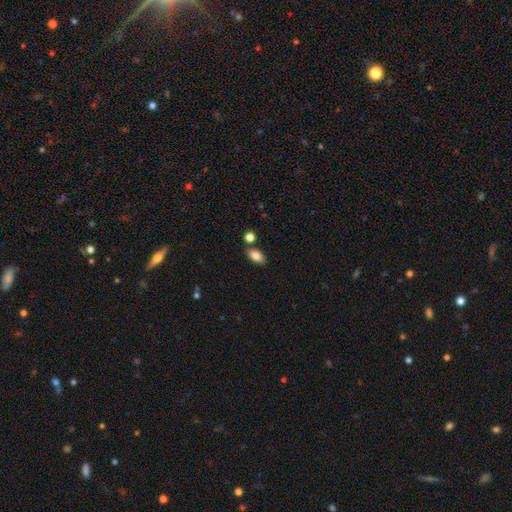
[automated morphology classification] Smooth or featured: smooth — 82% (featured or disk — 10%)
How rounded: in between — 90% (round — 6%)
Merging: none — 79% (minor disturbance — 11%)